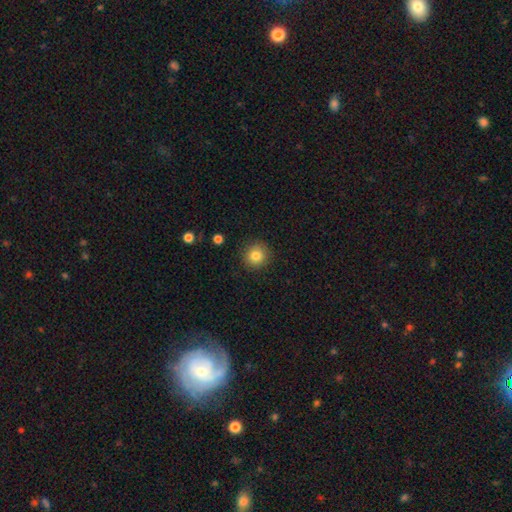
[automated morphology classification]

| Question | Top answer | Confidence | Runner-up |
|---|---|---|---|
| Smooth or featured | smooth | 82% | star or artifact (11%) |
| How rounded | round | 91% | in between (8%) |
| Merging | none | 90% | minor disturbance (6%) |